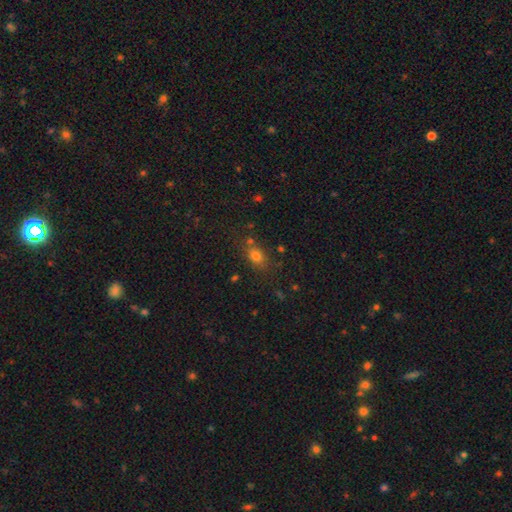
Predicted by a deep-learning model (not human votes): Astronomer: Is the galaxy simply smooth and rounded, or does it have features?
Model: smooth — 75%.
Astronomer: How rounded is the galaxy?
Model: in between — 64%.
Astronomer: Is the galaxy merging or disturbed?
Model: none — 69%.